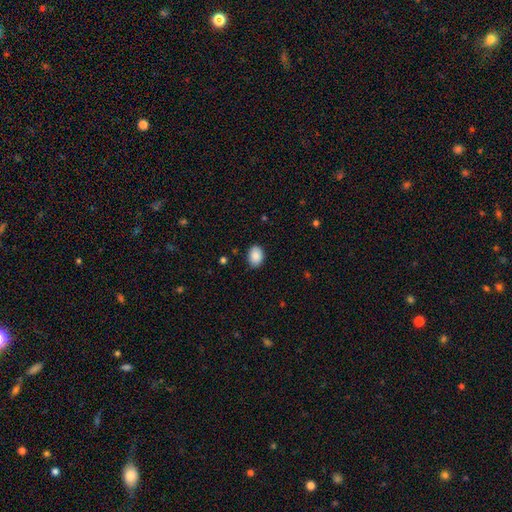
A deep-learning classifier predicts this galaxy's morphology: The model was most divided on "how rounded": in between: 70%, round: 29%, cigar-shaped: 1%. More confident: smooth or featured — smooth (89%); merging — none (85%).